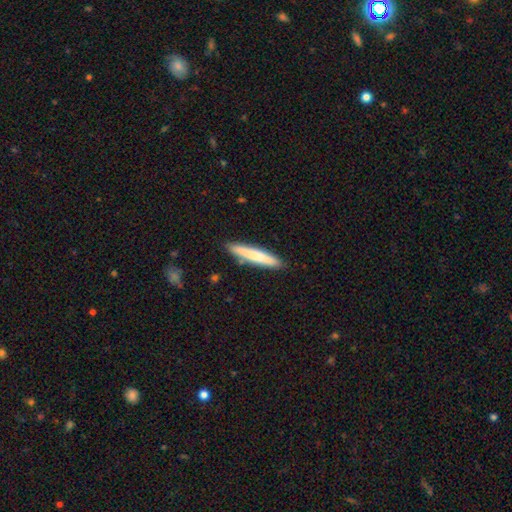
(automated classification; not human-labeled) Smooth or featured? smooth (72%)
How rounded? cigar-shaped (93%)
Merging? none (87%)